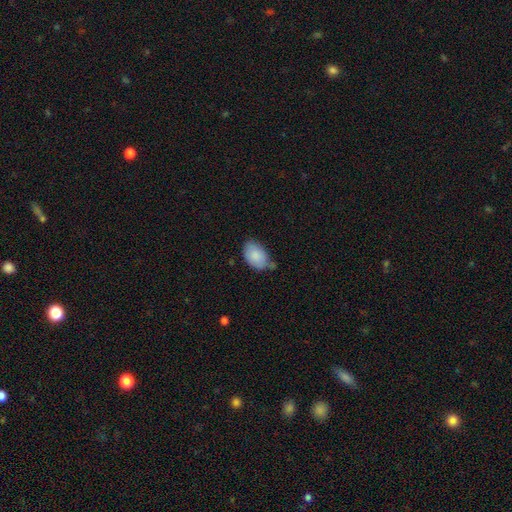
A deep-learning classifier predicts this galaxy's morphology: This appears to be a smooth galaxy with no disk features (86%) that is in between round and cigar-shaped (90%). Merging: none (55%).